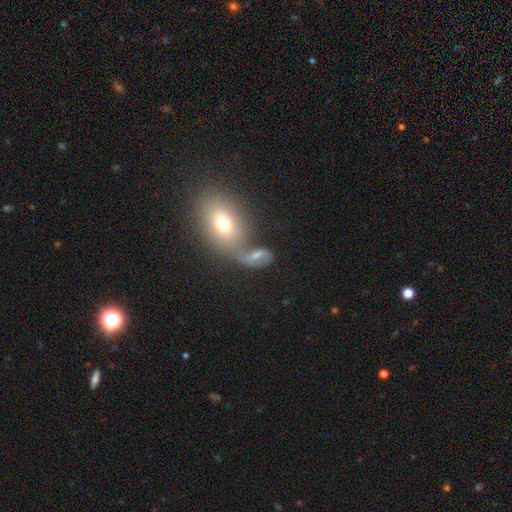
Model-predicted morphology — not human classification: A smooth galaxy with no disk features (46%).

Vote fractions:
- Smooth or featured? smooth: 46% / featured or disk: 40% / star or artifact: 14%
- Merging? merger: 47% / none: 29% / major disturbance: 13% / minor disturbance: 12%